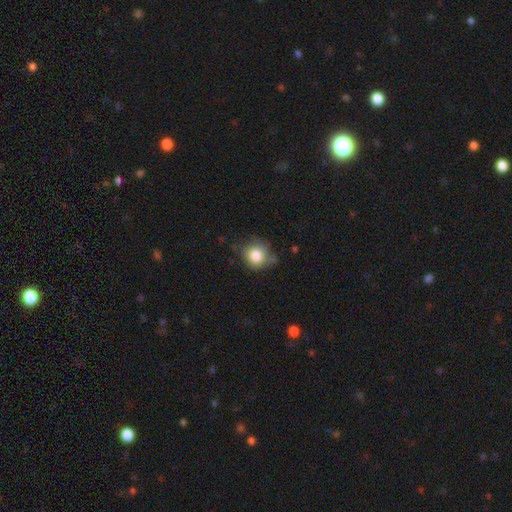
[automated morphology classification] This is clearly a smooth galaxy (81%). How rounded: clearly round (82%). Merging: likely none (62%).